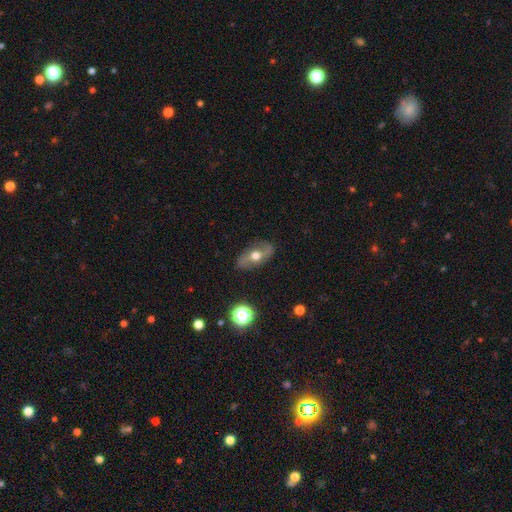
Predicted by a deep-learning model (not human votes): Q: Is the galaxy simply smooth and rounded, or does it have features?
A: featured or disk — 50%.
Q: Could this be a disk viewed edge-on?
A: no — 82%.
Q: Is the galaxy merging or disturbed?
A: none — 81%.